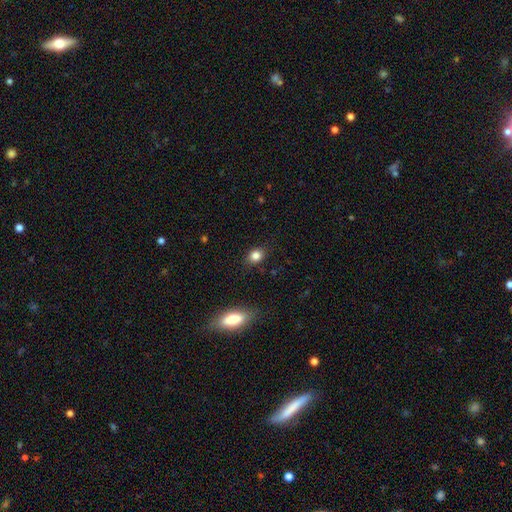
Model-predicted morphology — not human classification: A smooth galaxy with no disk features (83%) that is in between round and cigar-shaped (51%). Merging: none (85%).